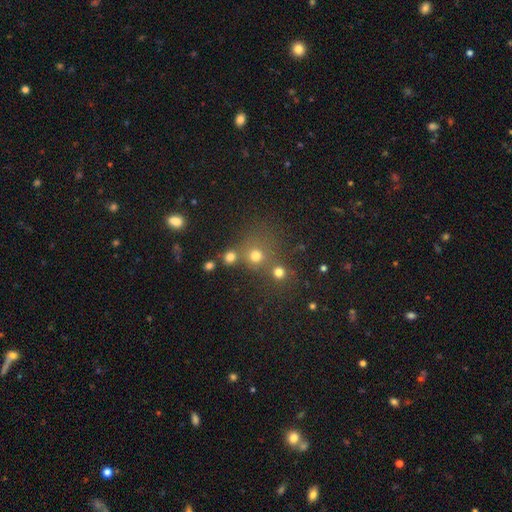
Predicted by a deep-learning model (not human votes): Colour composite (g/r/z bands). It shows a smooth galaxy with no disk features (68%) that is round (86%). Merging: none (59%).